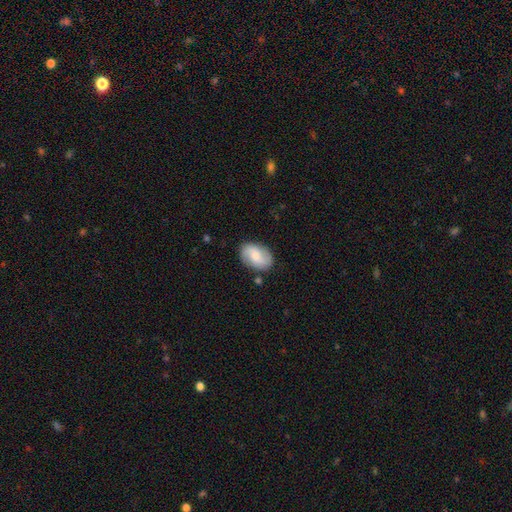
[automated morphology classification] Smooth or featured? featured or disk (47%)
Merging? none (80%)